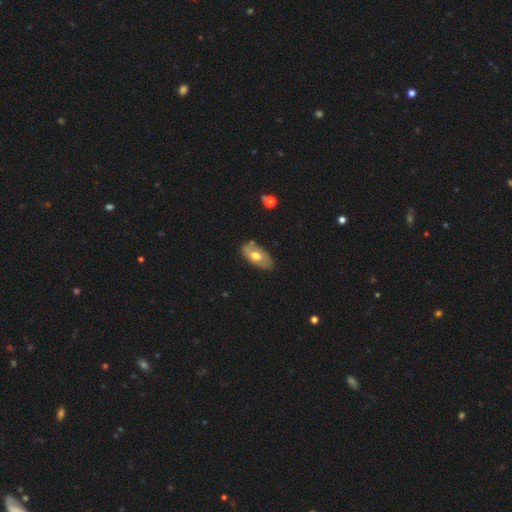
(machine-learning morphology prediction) This appears to be a smooth galaxy with no disk features (59%) that is in between round and cigar-shaped (92%). Merging: none (73%).